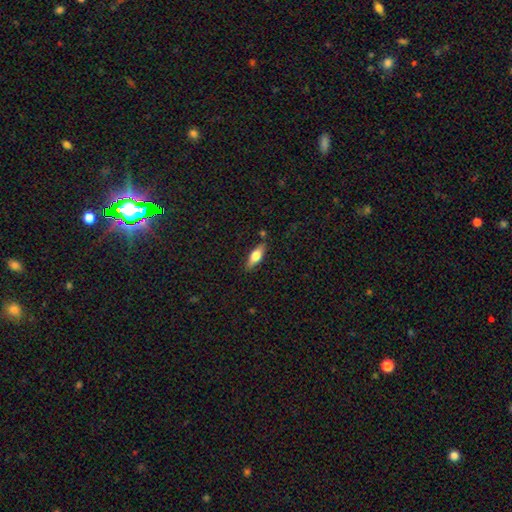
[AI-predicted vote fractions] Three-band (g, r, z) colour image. It shows a smooth galaxy with no disk features (65%) that is in between round and cigar-shaped (63%). Merging: none (82%).